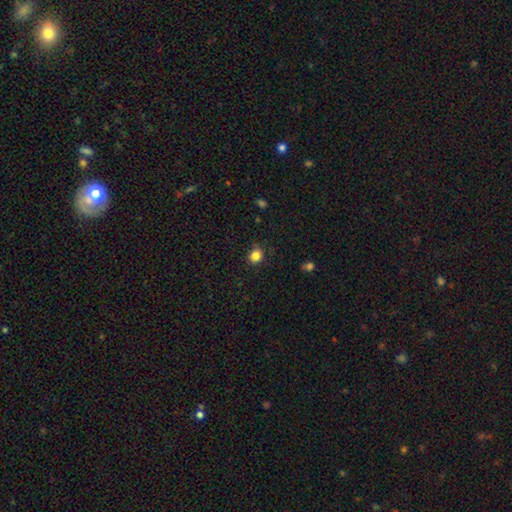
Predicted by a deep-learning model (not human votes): Smooth or featured?
  - smooth: 85% *
  - star or artifact: 11%
  - featured or disk: 4%
How rounded?
  - round: 76% *
  - in between: 23%
  - cigar-shaped: 1%
Merging?
  - none: 86% *
  - minor disturbance: 11%
  - major disturbance: 3%
  - merger: 1%